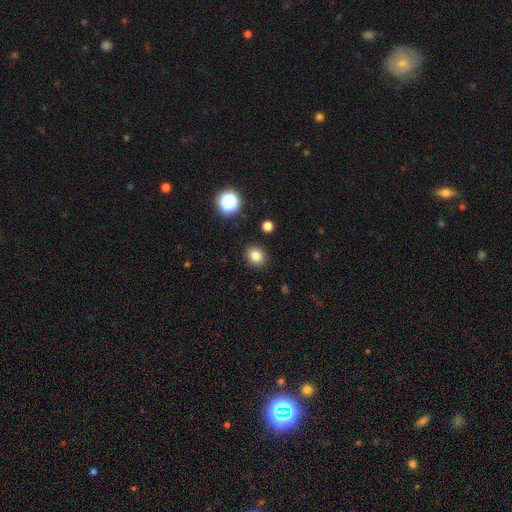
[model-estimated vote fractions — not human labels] A smooth galaxy with no disk features (81%) that is round (76%).

Vote fractions:
- Smooth or featured? smooth: 81% / star or artifact: 13% / featured or disk: 6%
- How rounded? round: 76% / in between: 24% / cigar-shaped: 1%
- Merging? none: 90% / minor disturbance: 7% / major disturbance: 2% / merger: 2%